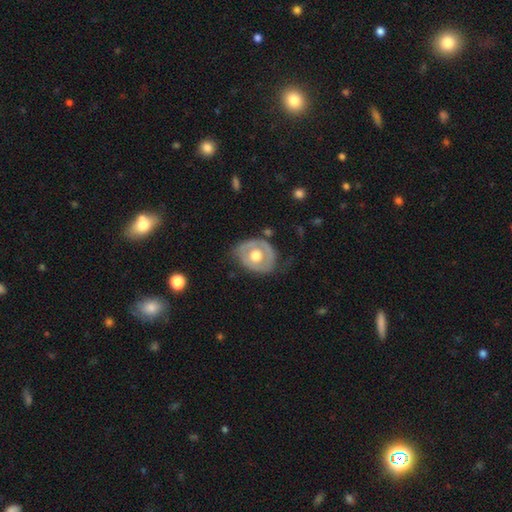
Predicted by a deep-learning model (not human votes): Smooth or featured? featured or disk (55%)
Edge-on disk? no (94%)
Bar? no (88%)
Spiral arms? no (81%)
Bulge size? moderate (58%)
Merging? none (67%)